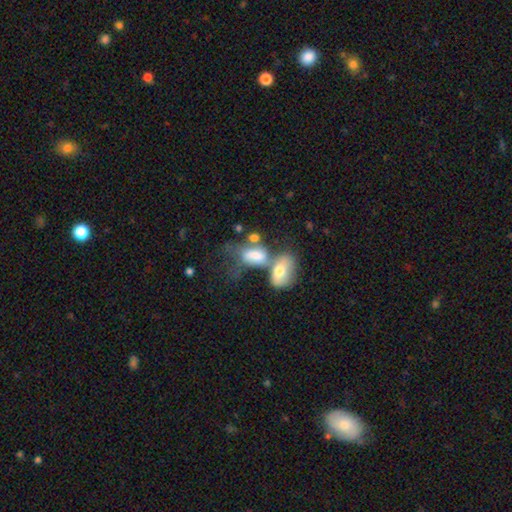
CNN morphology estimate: smooth_or_featured: smooth (p=0.63) [alt: featured or disk p=0.26]
how_rounded: in between (p=0.87) [alt: round p=0.09]
merging: merger (p=0.59) [alt: major disturbance p=0.15]